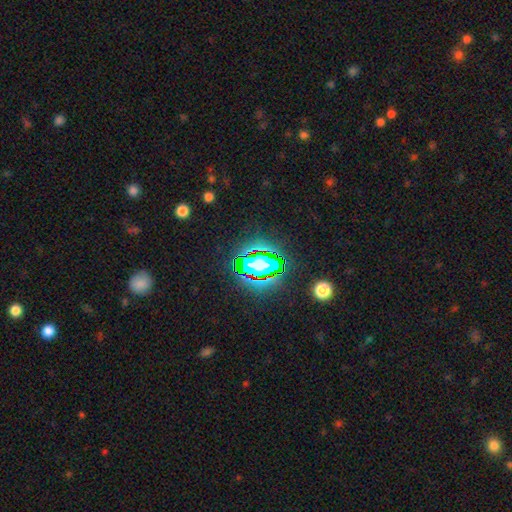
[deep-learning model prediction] This appears to be a star or artifact, not a galaxy (79%).